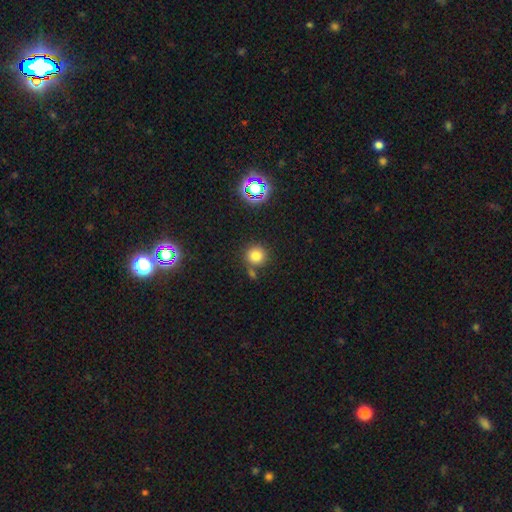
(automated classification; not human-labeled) smooth 78%, star or artifact 16%, featured or disk 6%. Down the decision tree: how rounded — round (93%); merging — none (75%).